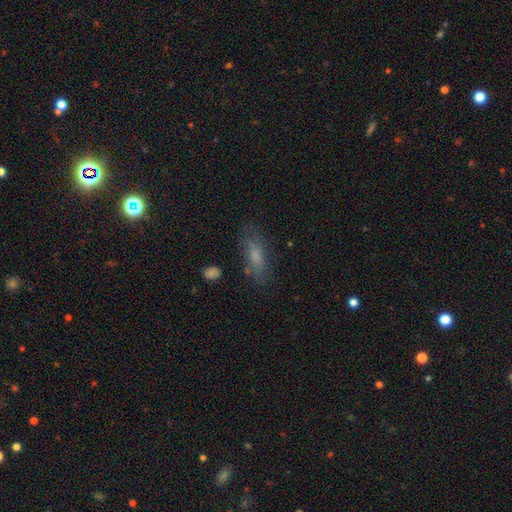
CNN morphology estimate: The model was most divided on "how rounded": in between: 67%, cigar-shaped: 29%, round: 4%. More confident: merging — none (71%); smooth or featured — smooth (64%).